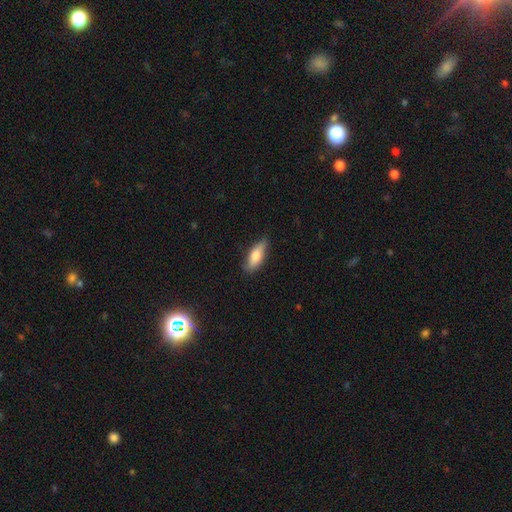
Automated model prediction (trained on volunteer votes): Smooth or featured? Predicted: smooth (p=0.74). How rounded? Predicted: in between (p=0.69). Merging? Predicted: none (p=0.77).